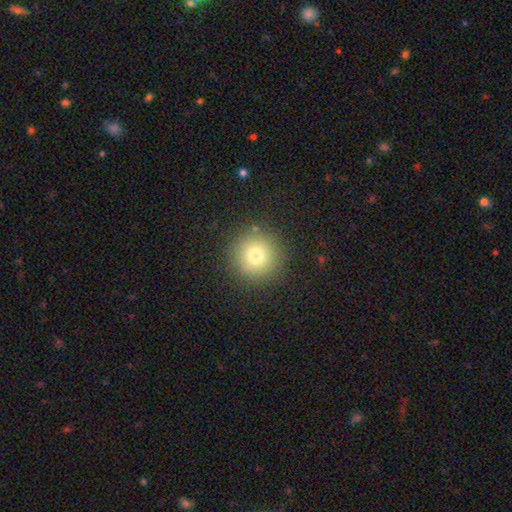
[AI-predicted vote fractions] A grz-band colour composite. It shows a smooth galaxy with no disk features (76%) that is round (96%). Merging: none (89%).